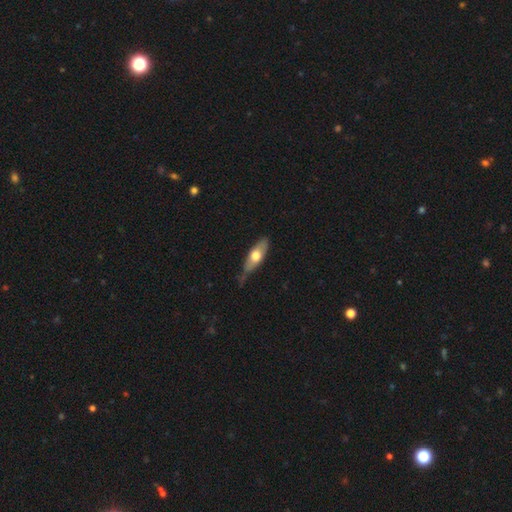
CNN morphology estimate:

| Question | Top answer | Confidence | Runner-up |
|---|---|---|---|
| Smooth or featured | smooth | 57% | featured or disk (37%) |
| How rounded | in between | 59% | cigar-shaped (38%) |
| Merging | none | 59% | minor disturbance (31%) |